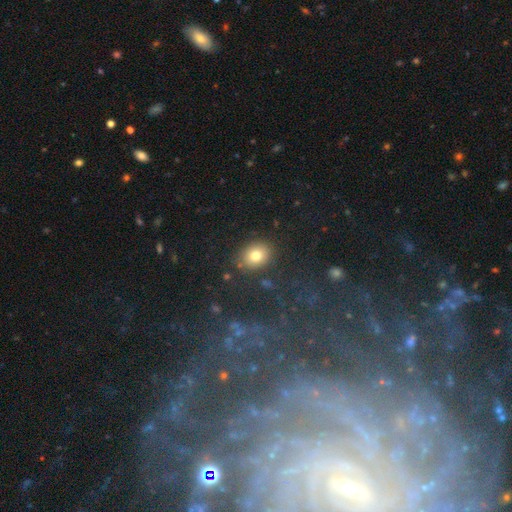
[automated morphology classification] This appears to be a smooth galaxy with no disk features (77%) that is round (52%). Merging: none (84%).